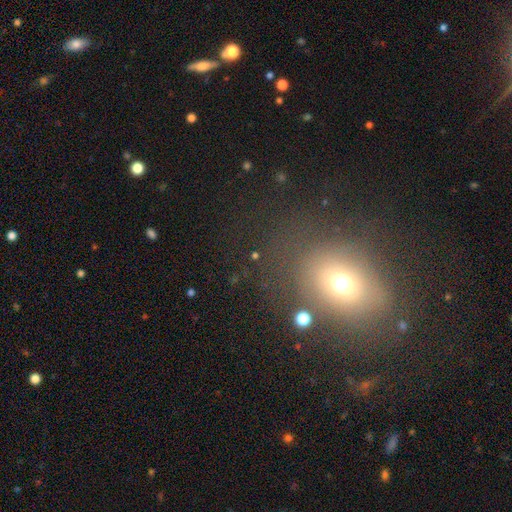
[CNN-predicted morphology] Smooth or featured: smooth — 48% (star or artifact — 38%)
Merging: none — 71% (minor disturbance — 12%)